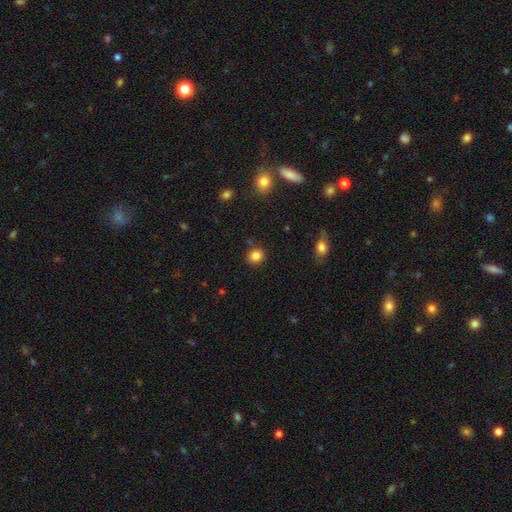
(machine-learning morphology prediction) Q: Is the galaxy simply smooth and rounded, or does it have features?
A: smooth — 83%.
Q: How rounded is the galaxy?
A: round — 86%.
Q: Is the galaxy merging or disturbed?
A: none — 86%.